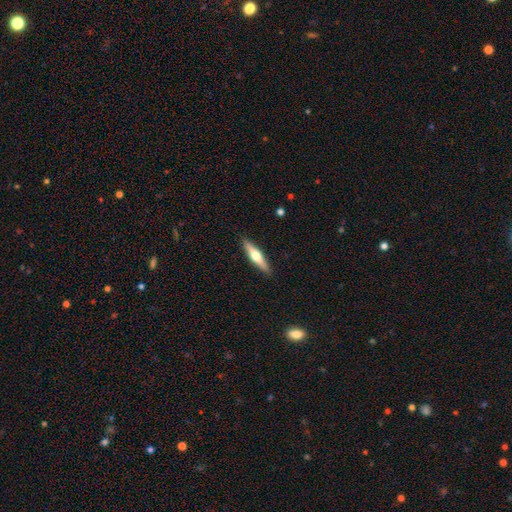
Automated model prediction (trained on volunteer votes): This is possibly a featured or disk galaxy (48%). Merging: clearly none (90%).